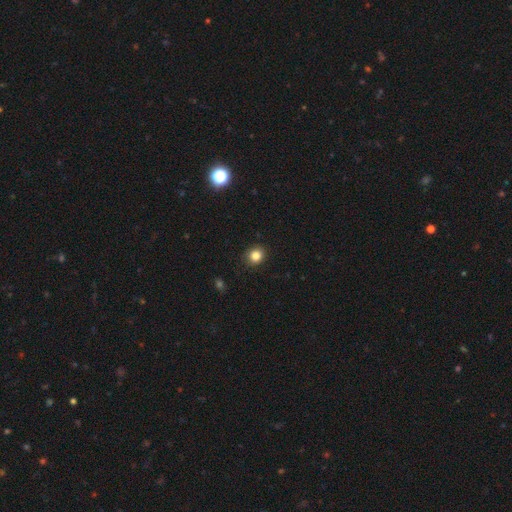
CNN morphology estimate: Smooth or featured?
  - smooth: 84% *
  - star or artifact: 11%
  - featured or disk: 5%
How rounded?
  - round: 80% *
  - in between: 19%
  - cigar-shaped: 1%
Merging?
  - none: 88% *
  - minor disturbance: 9%
  - major disturbance: 2%
  - merger: 1%